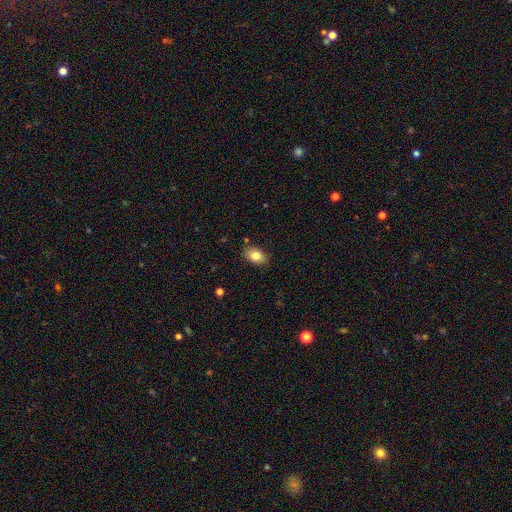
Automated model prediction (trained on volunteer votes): Overall: smooth (83%). How rounded: in between (85%). Merging: none (85%).